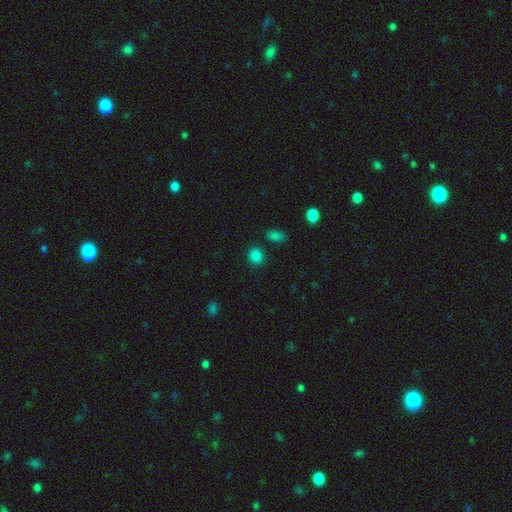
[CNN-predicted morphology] Q: Smooth or featured?
A: smooth (84%); runner-up: star or artifact (12%)
Q: How rounded?
A: round (72%); runner-up: in between (27%)
Q: Merging?
A: none (86%); runner-up: minor disturbance (8%)